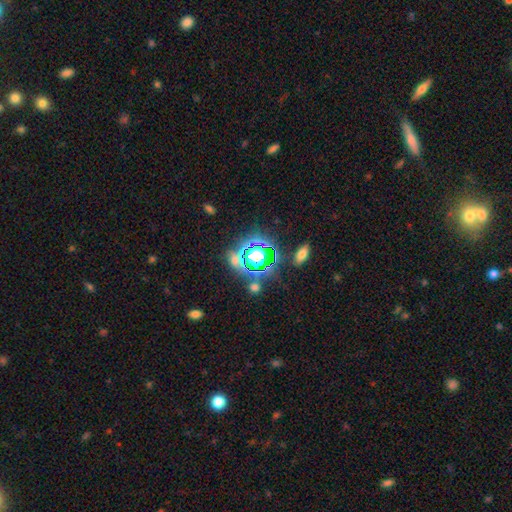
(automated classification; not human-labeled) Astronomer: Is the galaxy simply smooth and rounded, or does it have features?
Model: star or artifact — 59%.